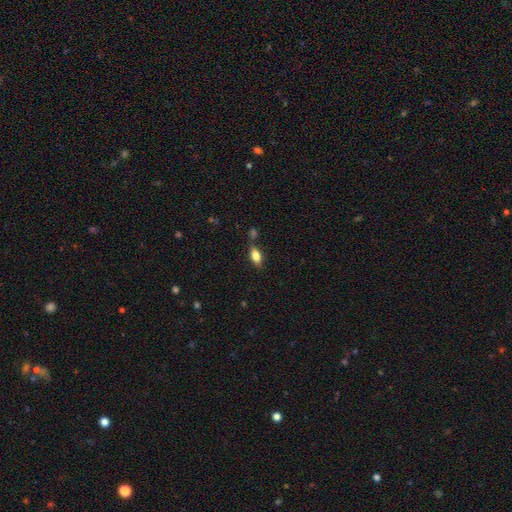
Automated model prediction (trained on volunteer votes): smooth_or_featured: smooth (p=0.75) [alt: featured or disk p=0.16]
how_rounded: in between (p=0.84) [alt: cigar-shaped p=0.13]
merging: none (p=0.73) [alt: minor disturbance p=0.15]